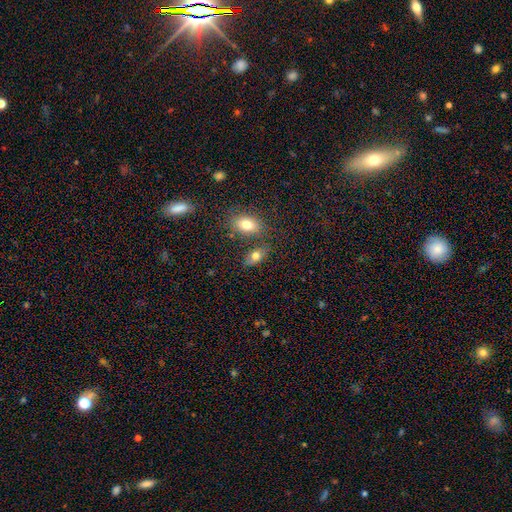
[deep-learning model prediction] Smooth or featured: smooth — 75% (featured or disk — 15%)
How rounded: in between — 87% (round — 10%)
Merging: none — 68% (merger — 14%)